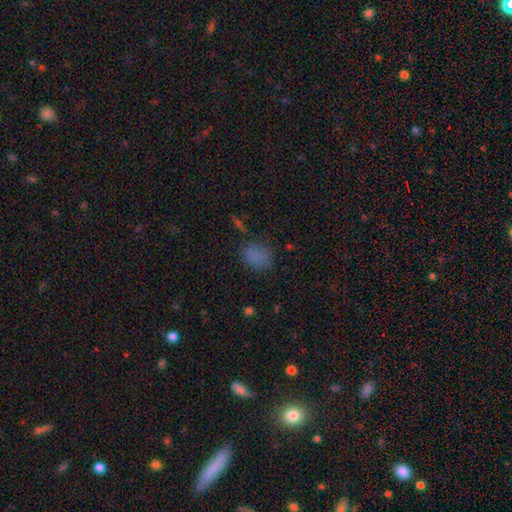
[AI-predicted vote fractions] This is likely a smooth galaxy (74%). How rounded: possibly in between (50%). Merging: likely none (68%).